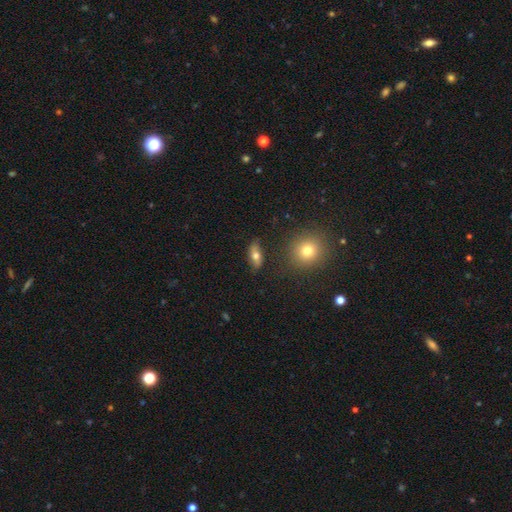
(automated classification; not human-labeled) The model was most divided on "smooth or featured": smooth: 63%, featured or disk: 27%, star or artifact: 10%. More confident: merging — none (80%); how rounded — in between (76%).